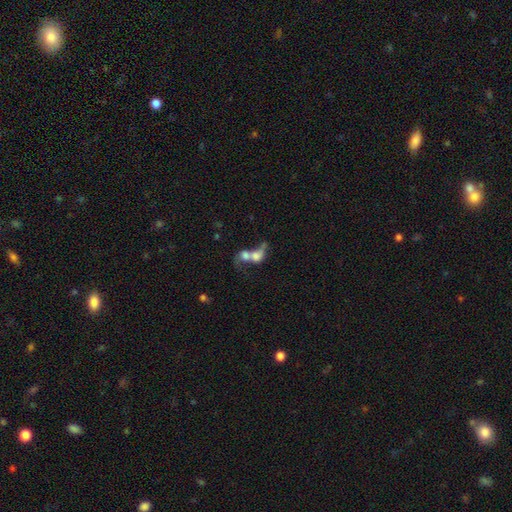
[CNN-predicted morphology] Smooth or featured? smooth (56%)
How rounded? in between (59%)
Merging? merger (78%)